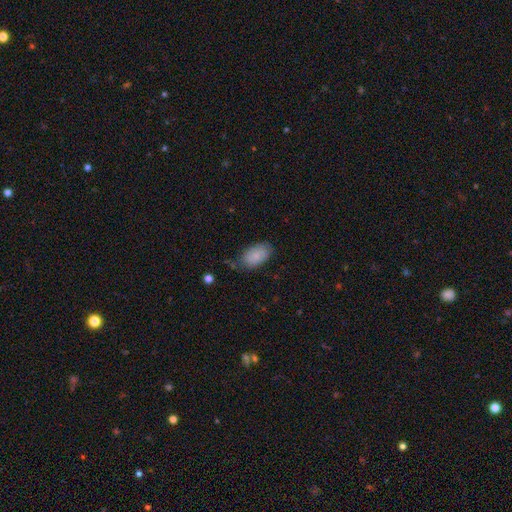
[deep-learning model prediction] smooth 80%, featured or disk 13%, star or artifact 6%. Down the decision tree: how rounded — in between (94%); merging — none (70%).